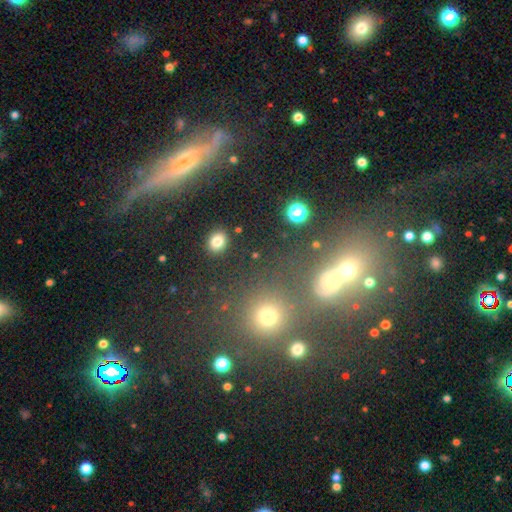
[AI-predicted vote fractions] Smooth or featured: smooth — 60% (star or artifact — 28%)
How rounded: round — 70% (in between — 26%)
Merging: none — 75% (merger — 10%)